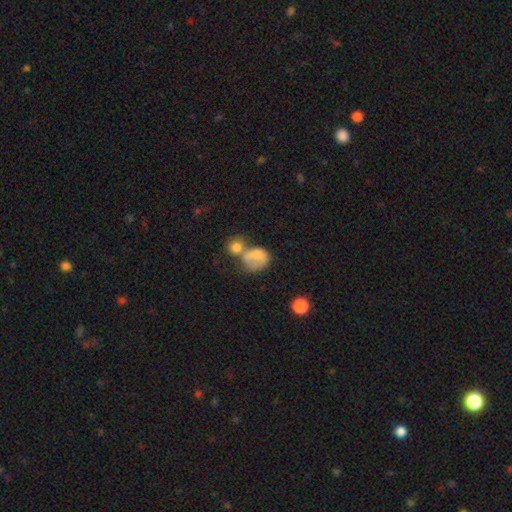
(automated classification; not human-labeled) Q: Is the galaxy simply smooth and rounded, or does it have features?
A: smooth — 67%.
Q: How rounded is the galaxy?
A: round — 55%.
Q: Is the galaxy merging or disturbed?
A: merger — 54%.